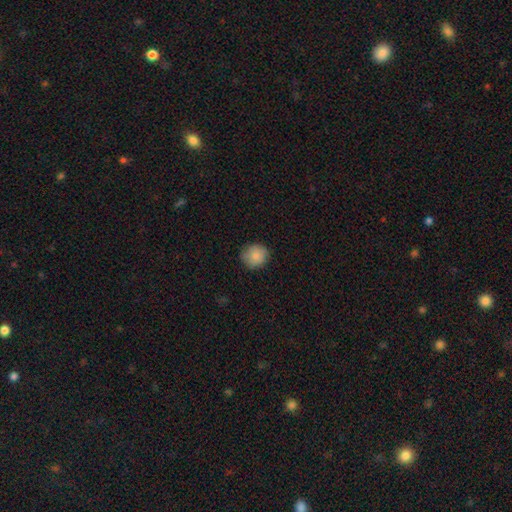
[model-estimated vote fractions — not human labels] Smooth or featured? Predicted: smooth (p=0.86). How rounded? Predicted: round (p=0.84). Merging? Predicted: none (p=0.83).